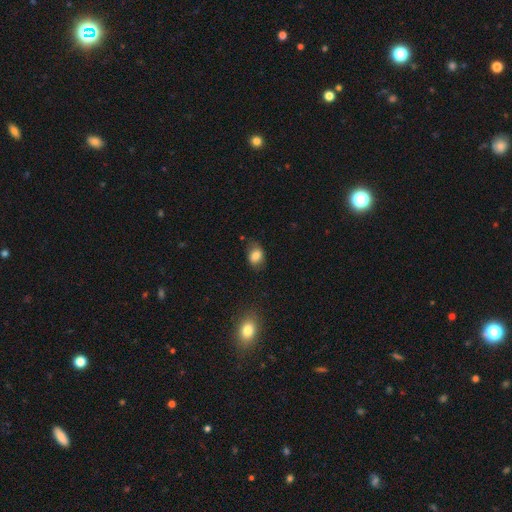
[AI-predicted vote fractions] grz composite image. It shows a smooth galaxy with no disk features (79%) that is in between round and cigar-shaped (71%). Merging: none (69%).